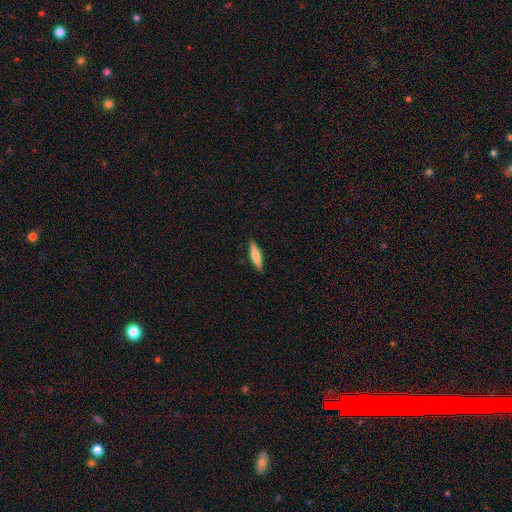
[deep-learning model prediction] Q: Smooth or featured?
A: smooth (70%); runner-up: featured or disk (24%)
Q: How rounded?
A: cigar-shaped (77%); runner-up: in between (21%)
Q: Merging?
A: none (90%); runner-up: minor disturbance (7%)